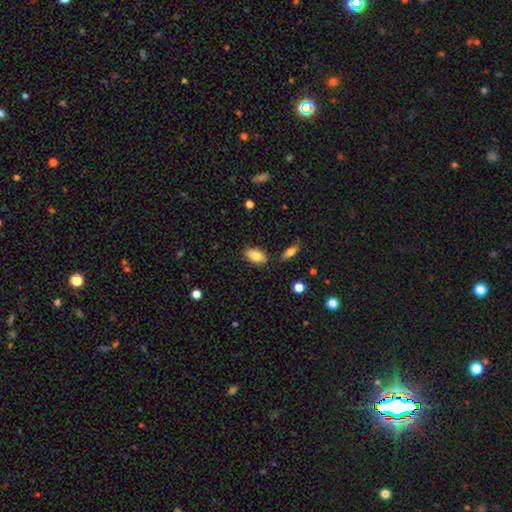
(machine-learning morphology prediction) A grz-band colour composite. It shows a smooth galaxy with no disk features (81%) that is in between round and cigar-shaped (92%). Merging: none (83%).